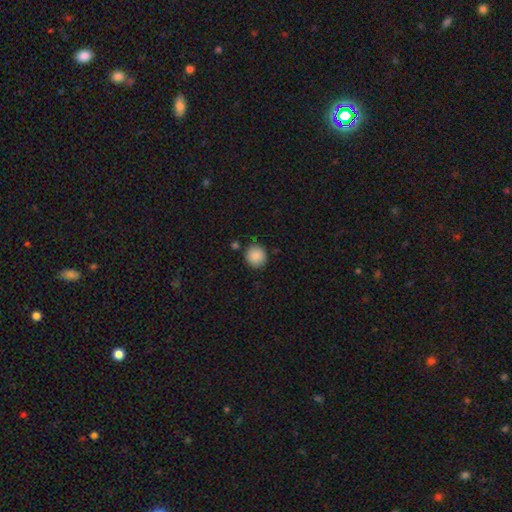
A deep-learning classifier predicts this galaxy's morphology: This is clearly a smooth galaxy (88%). How rounded: clearly round (91%). Merging: clearly none (84%).